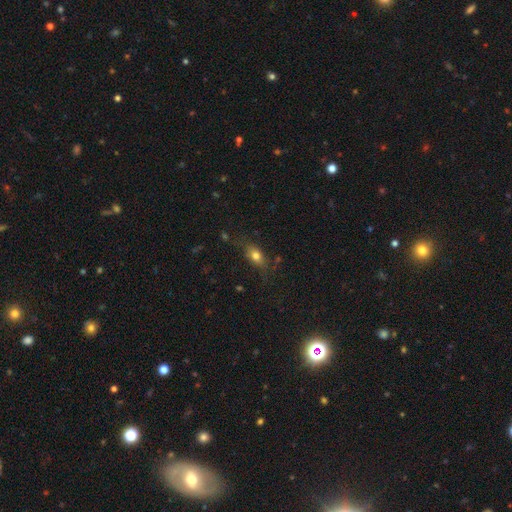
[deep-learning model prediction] This is likely a smooth galaxy (75%). How rounded: likely in between (76%). Merging: likely none (67%).